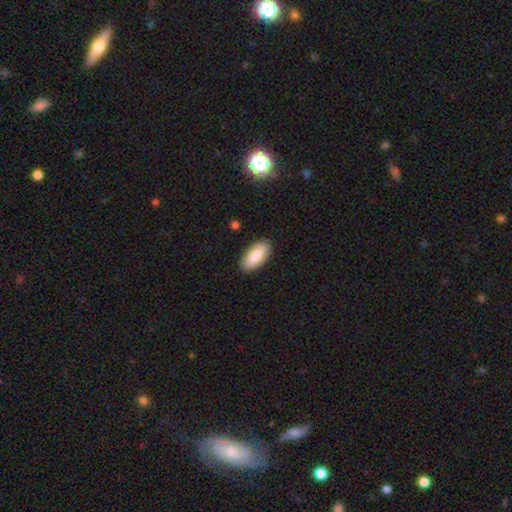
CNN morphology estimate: Q: Smooth or featured?
A: smooth (85%); runner-up: featured or disk (10%)
Q: How rounded?
A: in between (89%); runner-up: cigar-shaped (9%)
Q: Merging?
A: none (89%); runner-up: minor disturbance (8%)